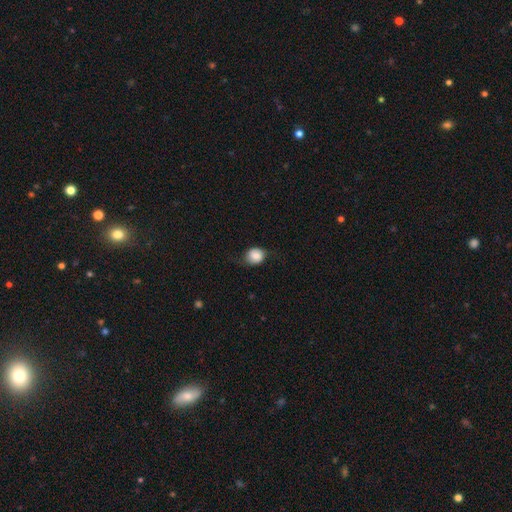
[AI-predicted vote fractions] Morphology: type=smooth (75%); roundness=round (63%); merging=none (61%).